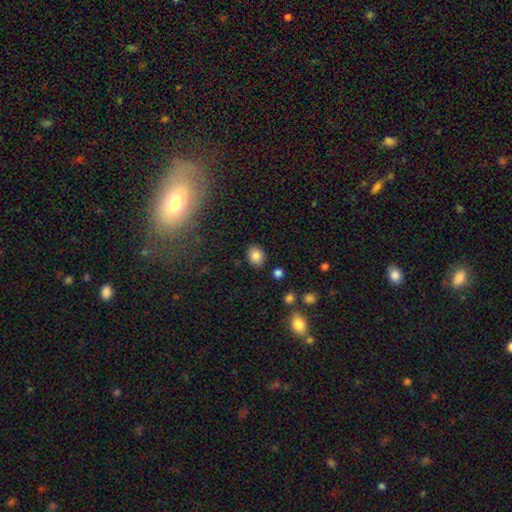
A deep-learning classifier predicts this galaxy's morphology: smooth-or-featured: smooth: 85% | star or artifact: 10% | featured or disk: 5%
  how-rounded: round: 54% | in between: 45% | cigar-shaped: 1%
  merging: none: 86% | minor disturbance: 9% | major disturbance: 3% | merger: 2%